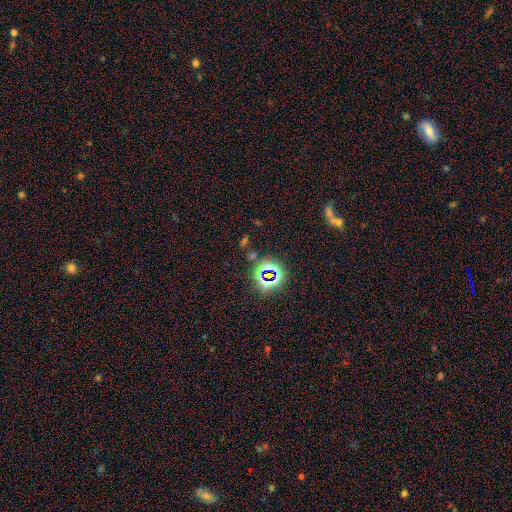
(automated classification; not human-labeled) A star or artifact, not a galaxy (74%).

Vote fractions:
- Smooth or featured? star or artifact: 74% / smooth: 17% / featured or disk: 9%